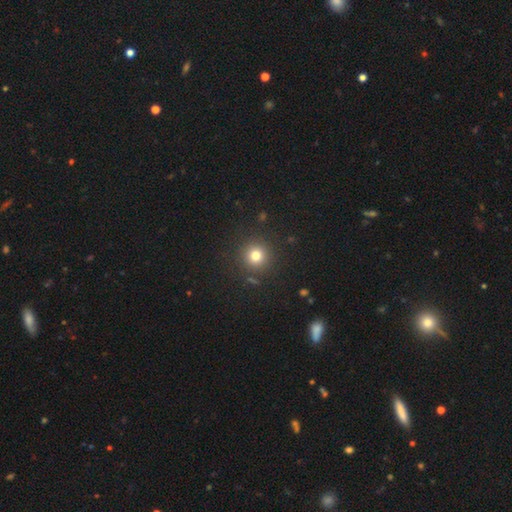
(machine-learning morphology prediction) Overall: smooth (78%). How rounded: round (94%). Merging: none (89%).